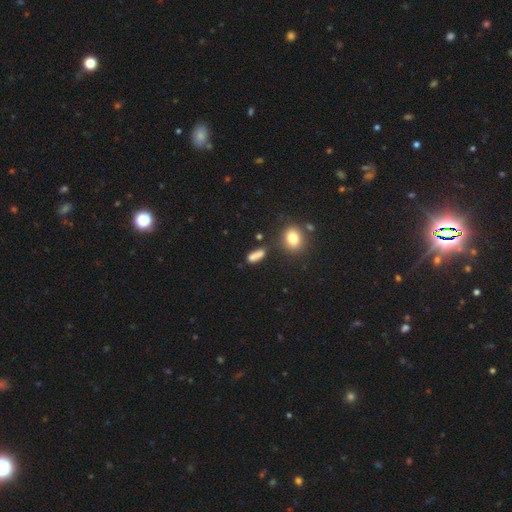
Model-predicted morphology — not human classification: A smooth galaxy with no disk features (79%) that is cigar-shaped (50%). Merging: none (67%).